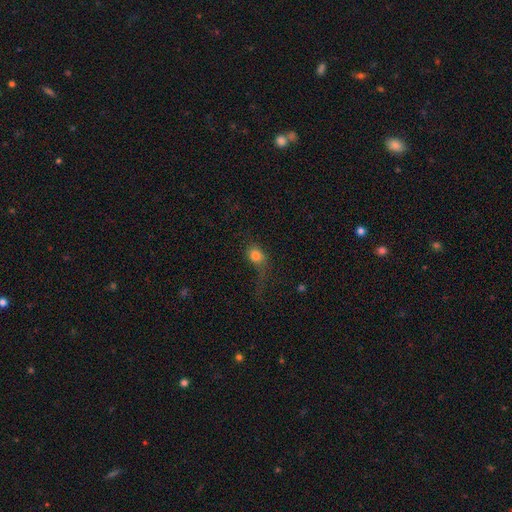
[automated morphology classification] Q: Smooth or featured?
A: smooth (77%); runner-up: featured or disk (12%)
Q: How rounded?
A: in between (51%); runner-up: round (46%)
Q: Merging?
A: major disturbance (45%); runner-up: none (29%)